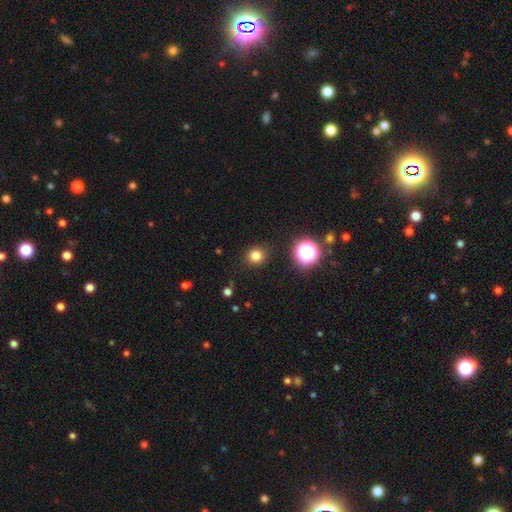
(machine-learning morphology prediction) Smooth or featured?
  - smooth: 79% *
  - star or artifact: 15%
  - featured or disk: 5%
How rounded?
  - round: 88% *
  - in between: 11%
  - cigar-shaped: 1%
Merging?
  - none: 89% *
  - minor disturbance: 7%
  - major disturbance: 3%
  - merger: 1%